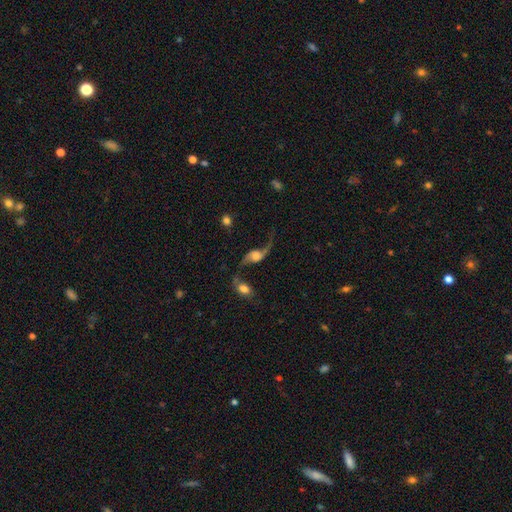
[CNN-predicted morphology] smooth-or-featured: featured or disk: 82% | smooth: 10% | star or artifact: 7%
  disk-edge-on: no: 93% | yes: 7%
    bar: no: 58% | weak: 32% | strong: 10%
    has-spiral-arms: yes: 94% | no: 6%
      spiral-winding: loose: 92% | medium: 6% | tight: 2%
      spiral-arm-count: 2: 92% | 1: 4% | can't tell: 1% | 3: 1% | 4: 1% | more than 4: 1%
    bulge-size: large: 32% | moderate: 31% | small: 16% | none: 14% | dominant: 7%
  merging: none: 53% | major disturbance: 17% | minor disturbance: 16% | merger: 14%